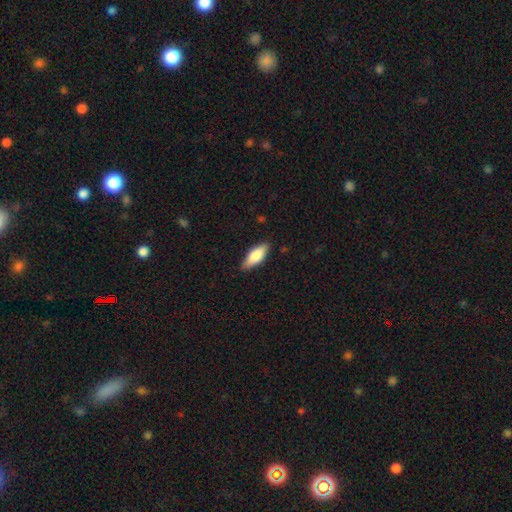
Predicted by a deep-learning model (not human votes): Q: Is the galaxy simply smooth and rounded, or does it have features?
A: smooth — 75%.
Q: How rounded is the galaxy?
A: in between — 72%.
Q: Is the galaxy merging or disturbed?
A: none — 85%.